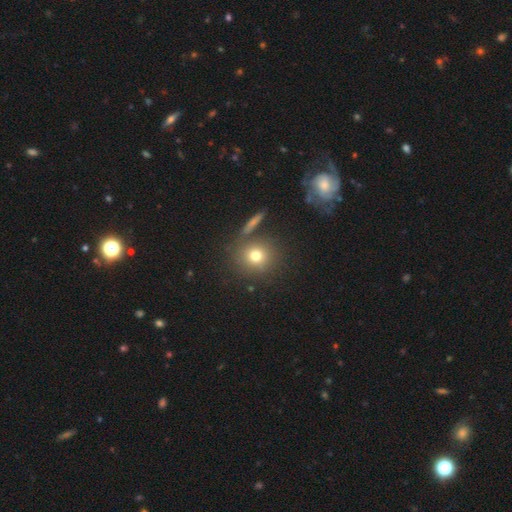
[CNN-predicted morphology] Smooth or featured?
  - smooth: 74% *
  - star or artifact: 14%
  - featured or disk: 13%
How rounded?
  - round: 90% *
  - in between: 9%
  - cigar-shaped: 1%
Merging?
  - none: 78% *
  - minor disturbance: 9%
  - merger: 9%
  - major disturbance: 4%